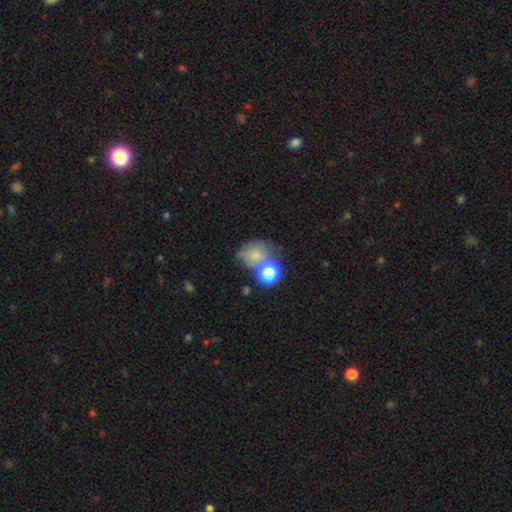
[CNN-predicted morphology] Smooth or featured: smooth — 62% (featured or disk — 21%)
How rounded: round — 66% (in between — 33%)
Merging: none — 40% (merger — 27%)